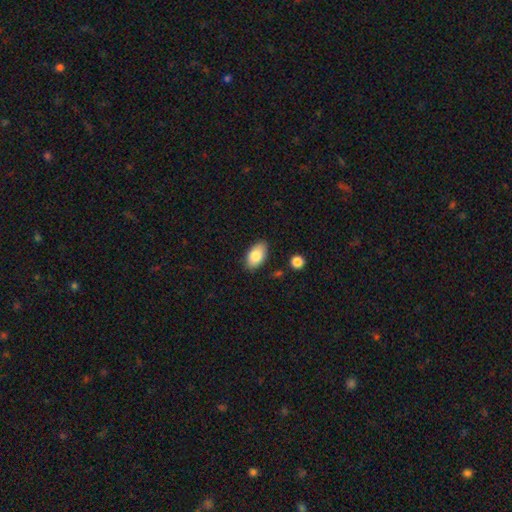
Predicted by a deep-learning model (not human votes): This is clearly a smooth galaxy (83%). How rounded: clearly in between (94%). Merging: clearly none (84%).